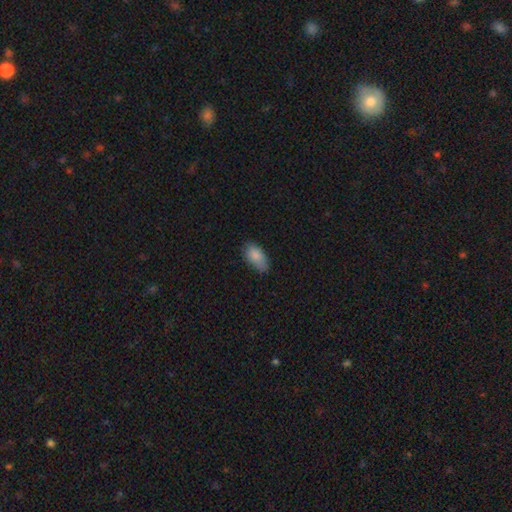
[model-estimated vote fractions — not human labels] smooth-or-featured: smooth: 86% | star or artifact: 7% | featured or disk: 7%
  how-rounded: in between: 92% | cigar-shaped: 4% | round: 3%
  merging: none: 71% | minor disturbance: 24% | major disturbance: 4% | merger: 1%